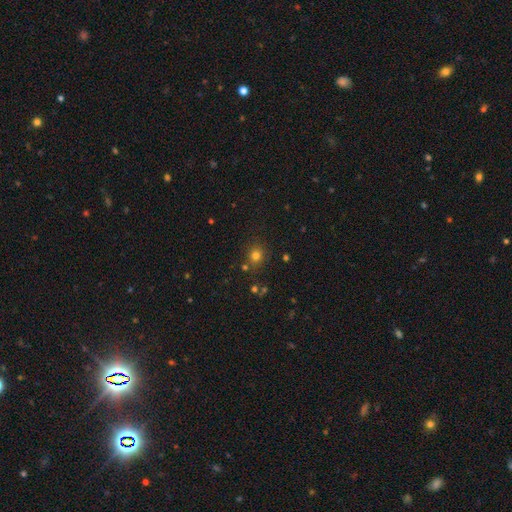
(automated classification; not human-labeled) This appears to be a smooth galaxy with no disk features (76%) that is round (86%). Merging: none (81%).